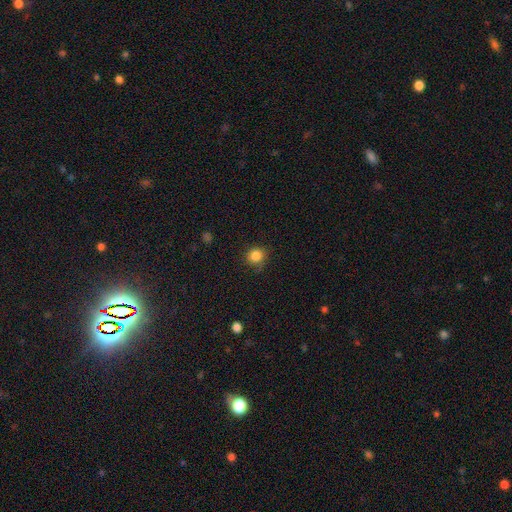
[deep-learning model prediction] Smooth or featured?
  - smooth: 84% *
  - star or artifact: 11%
  - featured or disk: 5%
How rounded?
  - round: 88% *
  - in between: 11%
  - cigar-shaped: 1%
Merging?
  - none: 81% *
  - minor disturbance: 15%
  - major disturbance: 3%
  - merger: 1%